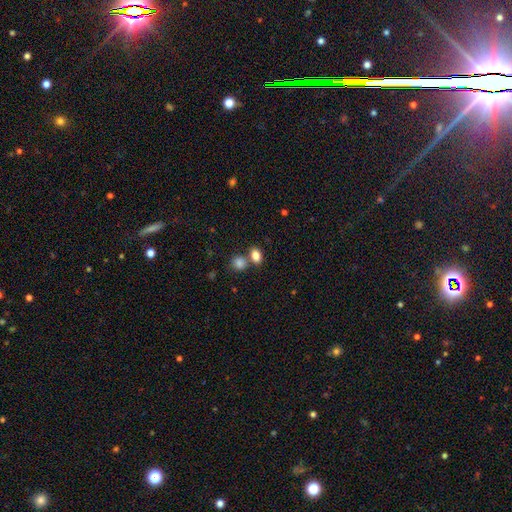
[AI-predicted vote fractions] A smooth galaxy with no disk features (83%) that is in between round and cigar-shaped (72%).

Vote fractions:
- Smooth or featured? smooth: 83% / star or artifact: 10% / featured or disk: 6%
- How rounded? in between: 72% / round: 27% / cigar-shaped: 2%
- Merging? none: 57% / merger: 29% / minor disturbance: 11% / major disturbance: 4%